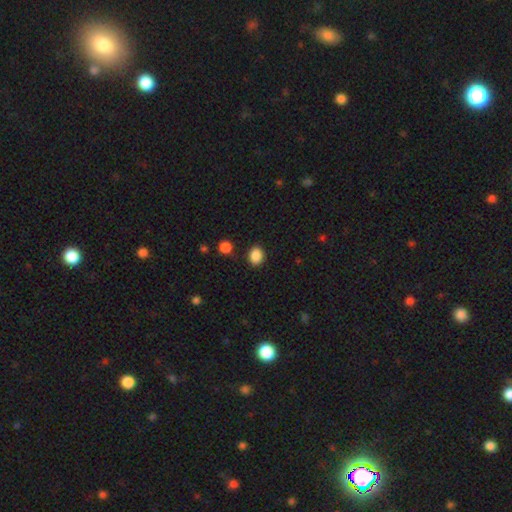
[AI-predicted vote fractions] A smooth galaxy with no disk features (87%) that is in between round and cigar-shaped (54%).

Vote fractions:
- Smooth or featured? smooth: 87% / star or artifact: 10% / featured or disk: 3%
- How rounded? in between: 54% / round: 45% / cigar-shaped: 1%
- Merging? none: 84% / minor disturbance: 10% / merger: 3% / major disturbance: 3%